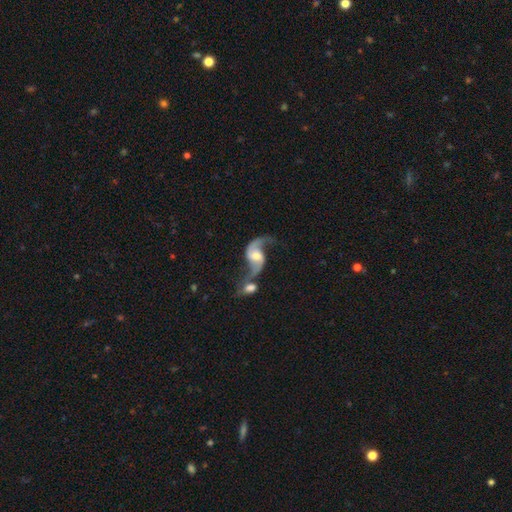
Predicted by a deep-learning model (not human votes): Morphology: type=featured or disk (87%); edge-on=no (97%); bar=weak (46%); spiral arms=yes (95%); winding=loose (79%); arm count=2 (90%); bulge=moderate (51%); merging=merger (49%).